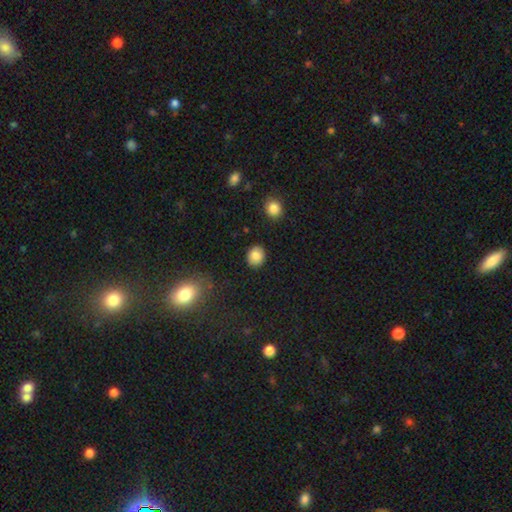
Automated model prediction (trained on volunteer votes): A smooth galaxy with no disk features (85%) that is round (68%). Merging: none (89%).